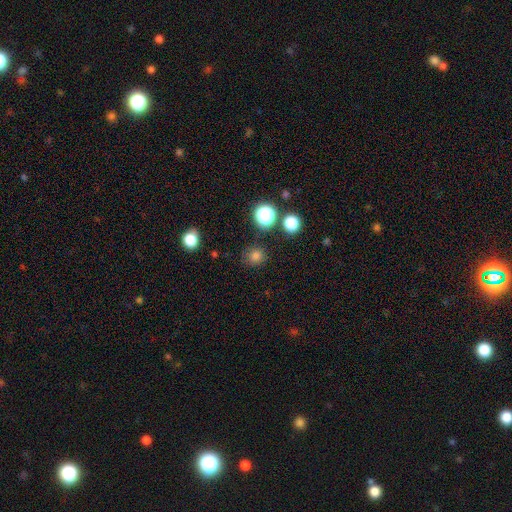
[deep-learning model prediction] This is likely a smooth galaxy (77%). How rounded: clearly round (89%). Merging: clearly none (84%).